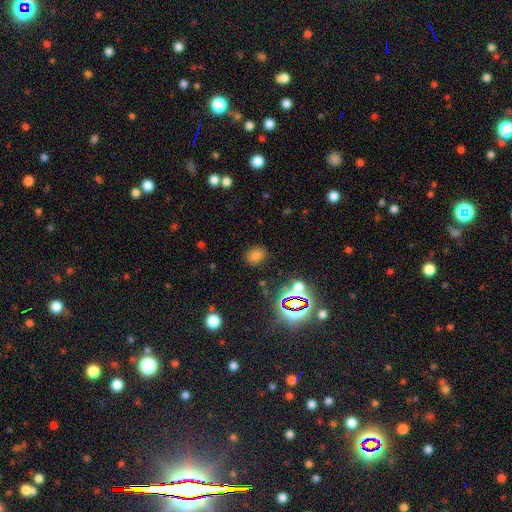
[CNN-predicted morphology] Smooth or featured?
  - smooth: 62% *
  - star or artifact: 29%
  - featured or disk: 9%
How rounded?
  - round: 54% *
  - in between: 45%
  - cigar-shaped: 1%
Merging?
  - none: 85% *
  - minor disturbance: 9%
  - major disturbance: 3%
  - merger: 2%